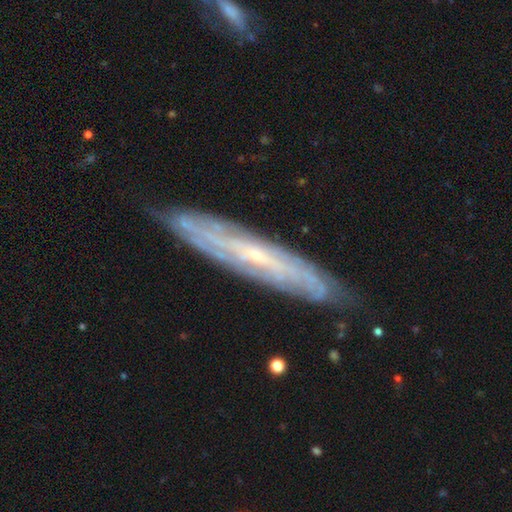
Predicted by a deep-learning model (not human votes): Smooth or featured?
  - featured or disk: 80% *
  - smooth: 14%
  - star or artifact: 6%
Edge-on disk?
  - no: 54% *
  - yes: 46%
Merging?
  - none: 82% *
  - minor disturbance: 14%
  - major disturbance: 3%
  - merger: 1%